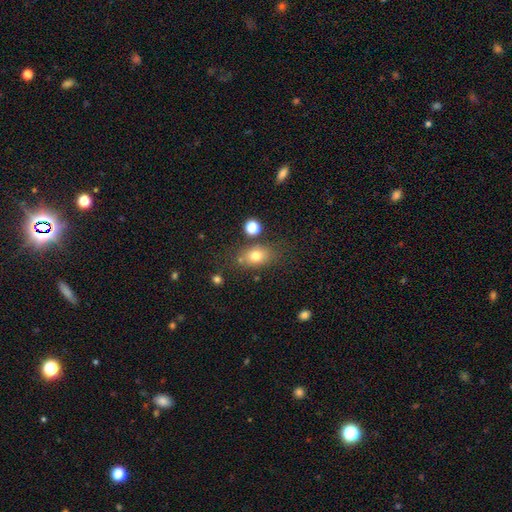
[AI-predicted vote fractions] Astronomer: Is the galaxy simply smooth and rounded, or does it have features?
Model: smooth — 77%.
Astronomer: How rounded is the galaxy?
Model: in between — 70%.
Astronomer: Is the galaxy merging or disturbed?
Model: none — 71%.